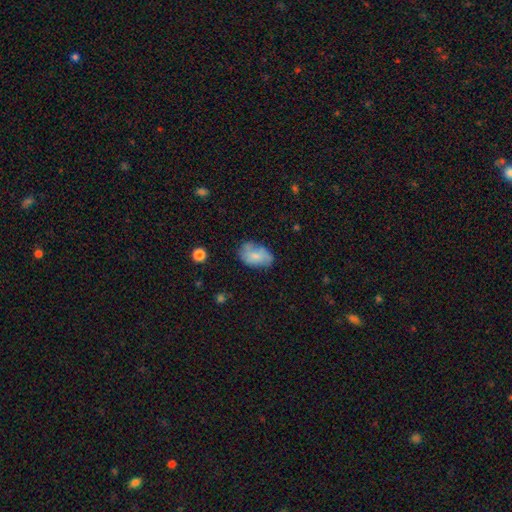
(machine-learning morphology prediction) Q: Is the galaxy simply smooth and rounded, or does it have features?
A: smooth — 71%.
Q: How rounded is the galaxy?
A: in between — 90%.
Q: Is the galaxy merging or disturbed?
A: none — 56%.